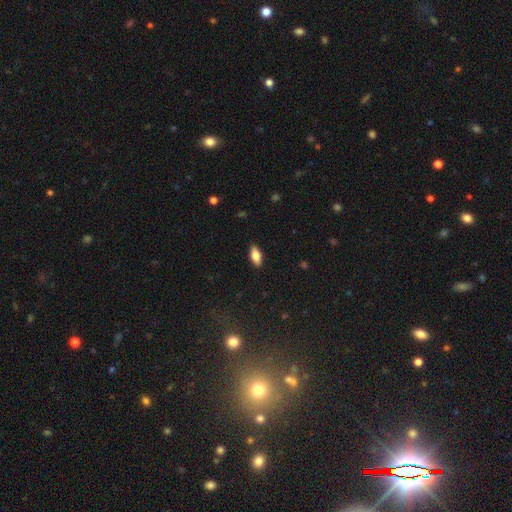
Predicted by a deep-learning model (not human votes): Morphology: type=smooth (75%); roundness=in between (84%); merging=none (89%).